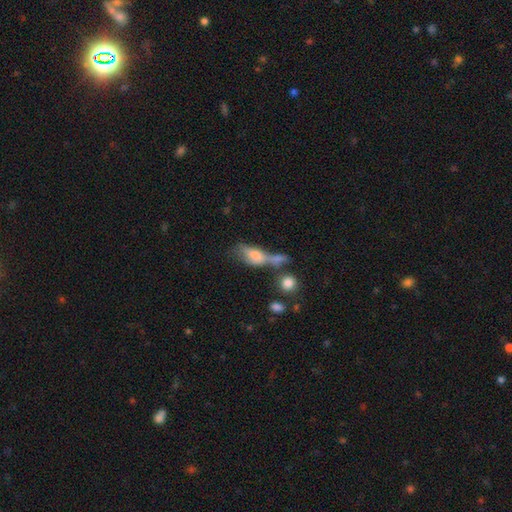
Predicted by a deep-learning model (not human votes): A smooth galaxy with no disk features (59%) that is in between round and cigar-shaped (72%). Merging: merger (43%).